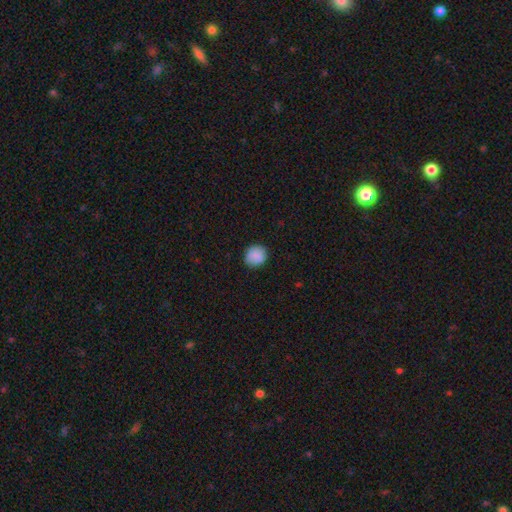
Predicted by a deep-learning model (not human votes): smooth-or-featured: smooth: 87% | star or artifact: 8% | featured or disk: 4%
  how-rounded: round: 88% | in between: 11% | cigar-shaped: 1%
  merging: none: 87% | minor disturbance: 10% | major disturbance: 2% | merger: 1%